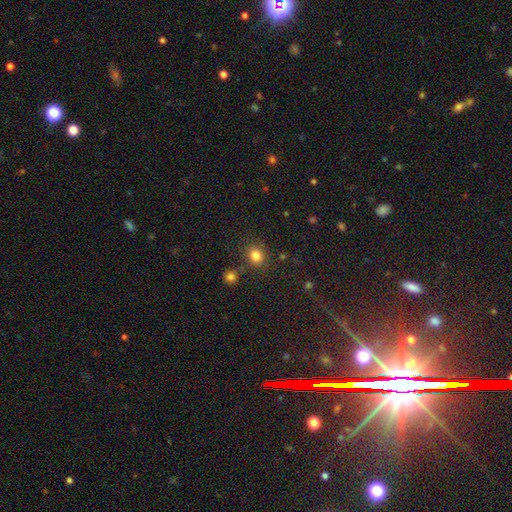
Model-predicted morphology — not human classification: Smooth or featured? Predicted: smooth (p=0.82). How rounded? Predicted: round (p=0.75). Merging? Predicted: none (p=0.81).